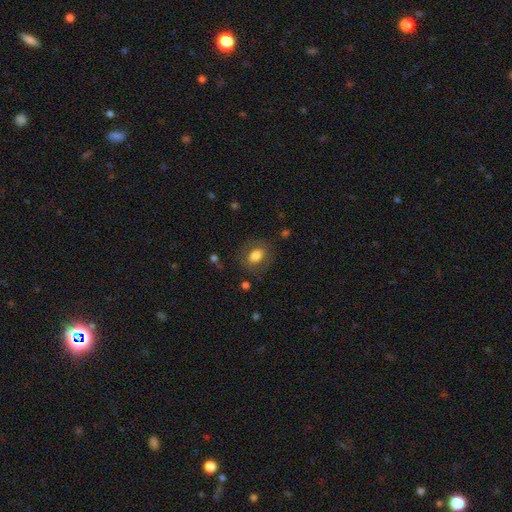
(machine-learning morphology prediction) Overall: smooth (75%). How rounded: in between (62%; round 37%). Merging: none (78%).